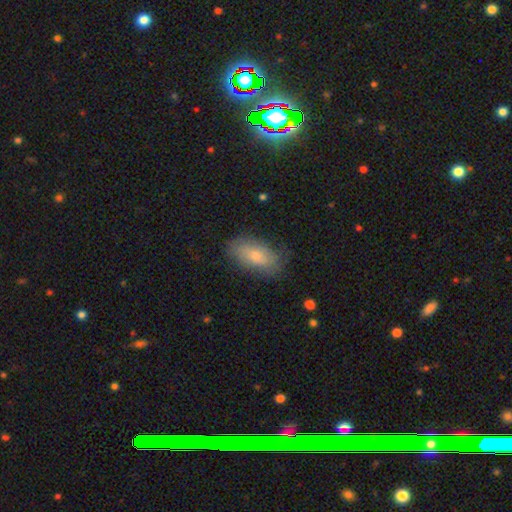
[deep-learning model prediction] Smooth or featured?
  - smooth: 73% *
  - featured or disk: 20%
  - star or artifact: 7%
How rounded?
  - in between: 90% *
  - cigar-shaped: 6%
  - round: 4%
Merging?
  - none: 75% *
  - minor disturbance: 19%
  - major disturbance: 5%
  - merger: 1%